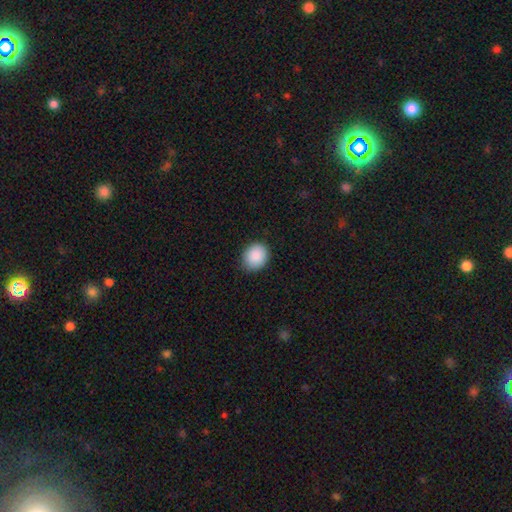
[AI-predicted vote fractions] Morphology: type=smooth (90%); roundness=round (63%); merging=none (86%).